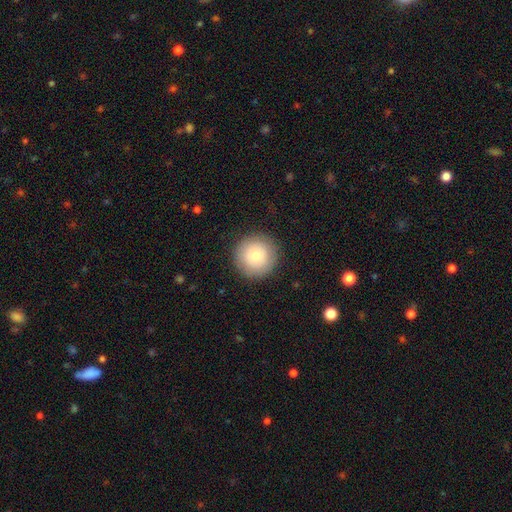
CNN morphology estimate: smooth_or_featured: smooth (p=0.79) [alt: featured or disk p=0.12]
how_rounded: round (p=0.96) [alt: in between p=0.03]
merging: none (p=0.89) [alt: minor disturbance p=0.07]